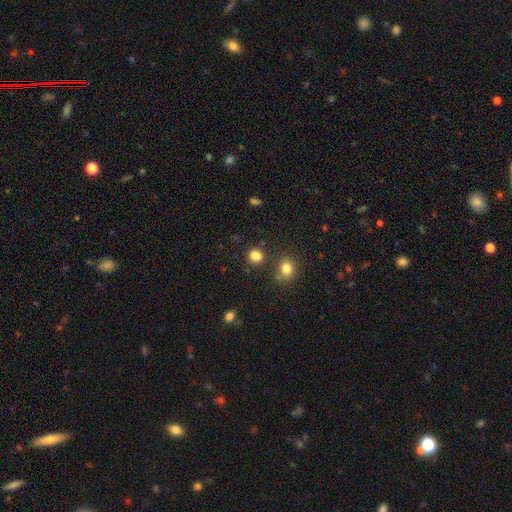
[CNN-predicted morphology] This appears to be a smooth galaxy with no disk features (83%) that is round (80%). Merging: none (82%).